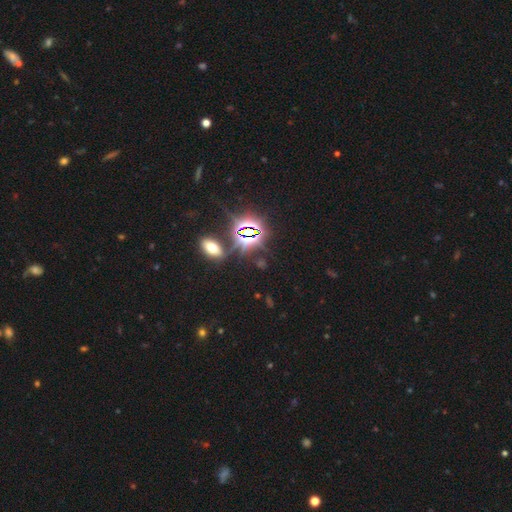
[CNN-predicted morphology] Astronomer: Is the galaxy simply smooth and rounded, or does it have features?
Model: star or artifact — 76%.